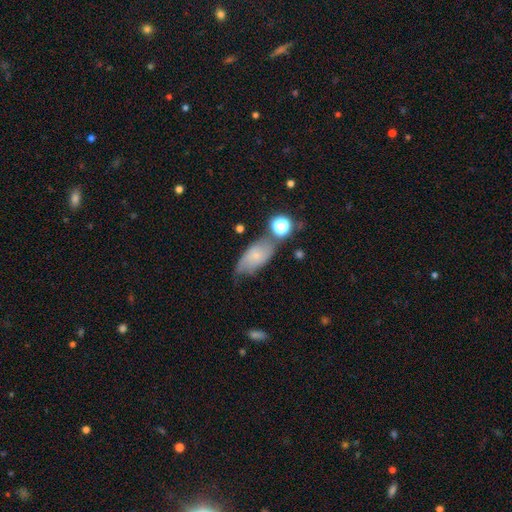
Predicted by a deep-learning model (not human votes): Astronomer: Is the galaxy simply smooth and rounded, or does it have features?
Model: smooth — 60%.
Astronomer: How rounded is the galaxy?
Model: in between — 86%.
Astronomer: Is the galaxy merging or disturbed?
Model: none — 49% (runner-up: minor disturbance, 29%).